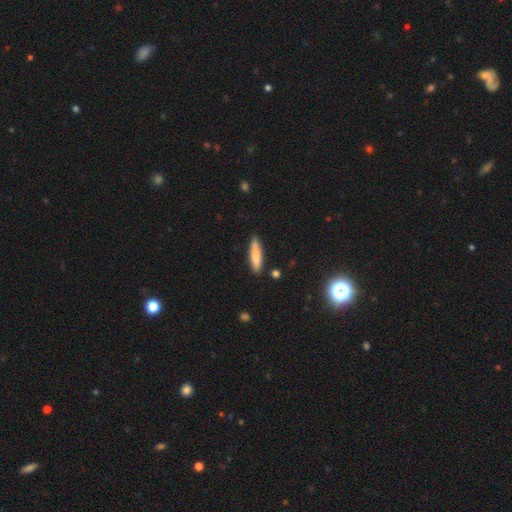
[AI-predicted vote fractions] A smooth galaxy with no disk features (78%) that is cigar-shaped (84%). Merging: none (84%).